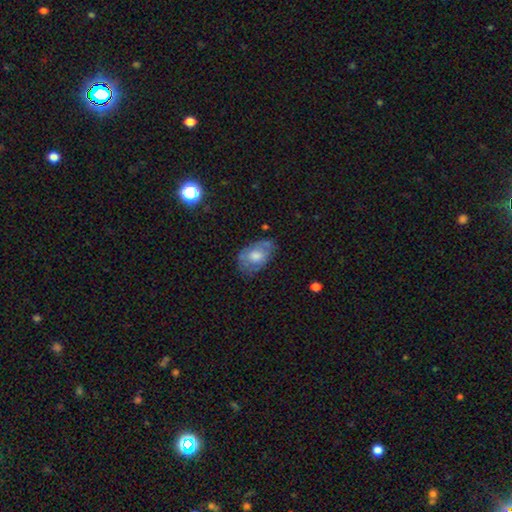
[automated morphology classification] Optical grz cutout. It shows a smooth galaxy with no disk features (57%) that is in between round and cigar-shaped (88%). Merging: none (59%).